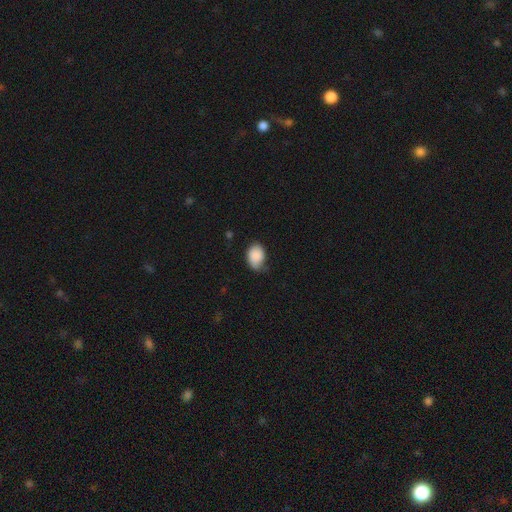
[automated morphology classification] Q: Smooth or featured?
A: smooth (86%); runner-up: star or artifact (7%)
Q: How rounded?
A: in between (74%); runner-up: round (25%)
Q: Merging?
A: none (47%); runner-up: minor disturbance (40%)